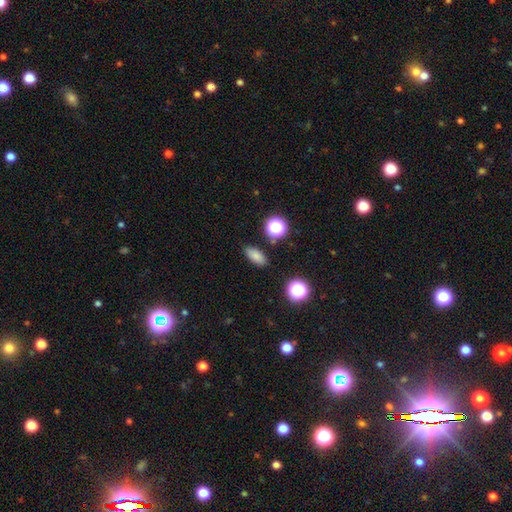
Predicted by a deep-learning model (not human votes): A smooth galaxy with no disk features (81%) that is in between round and cigar-shaped (82%).

Vote fractions:
- Smooth or featured? smooth: 81% / star or artifact: 13% / featured or disk: 6%
- How rounded? in between: 82% / round: 11% / cigar-shaped: 7%
- Merging? none: 85% / minor disturbance: 10% / major disturbance: 3% / merger: 2%